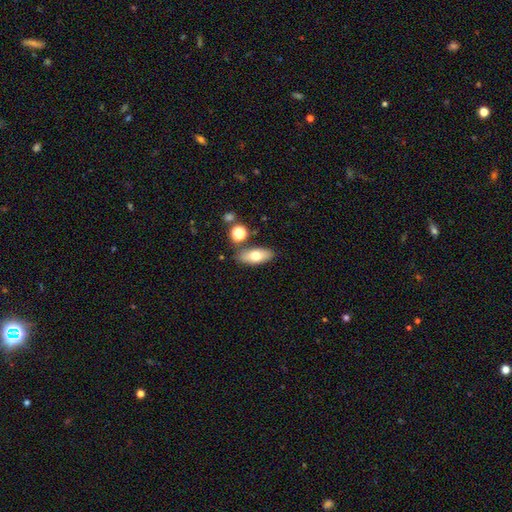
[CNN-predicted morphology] Q: Smooth or featured?
A: smooth (69%); runner-up: featured or disk (23%)
Q: How rounded?
A: in between (82%); runner-up: cigar-shaped (13%)
Q: Merging?
A: none (80%); runner-up: minor disturbance (10%)